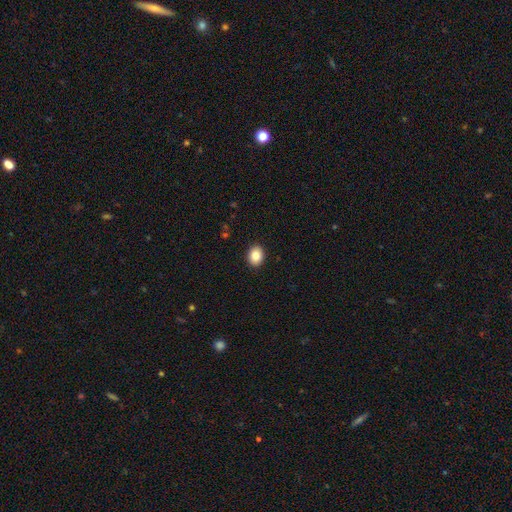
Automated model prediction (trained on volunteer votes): A smooth galaxy with no disk features (85%) that is in between round and cigar-shaped (53%). Merging: none (91%).